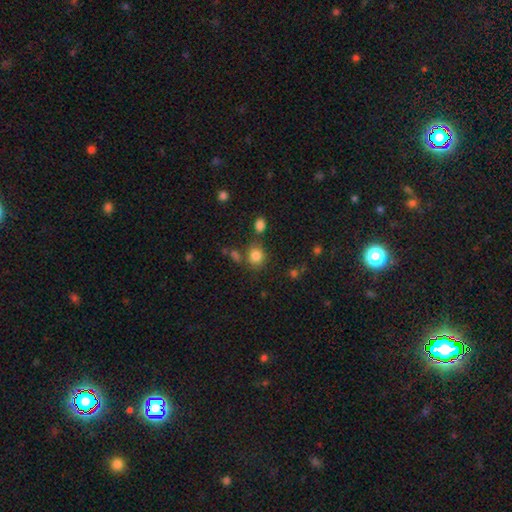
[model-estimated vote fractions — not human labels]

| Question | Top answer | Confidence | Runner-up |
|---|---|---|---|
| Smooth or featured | smooth | 82% | star or artifact (12%) |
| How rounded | round | 75% | in between (24%) |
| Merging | none | 69% | minor disturbance (13%) |